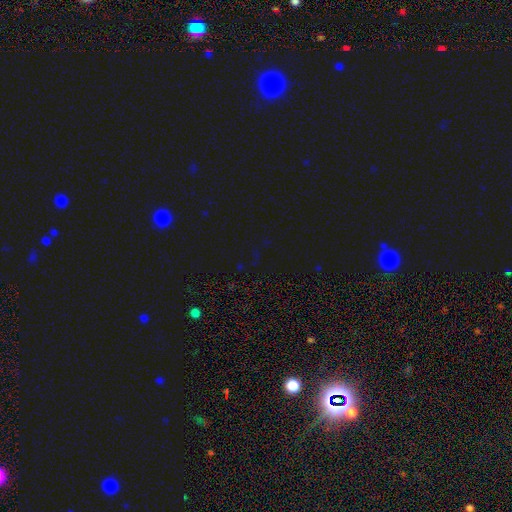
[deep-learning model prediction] Smooth or featured? star or artifact (75%)